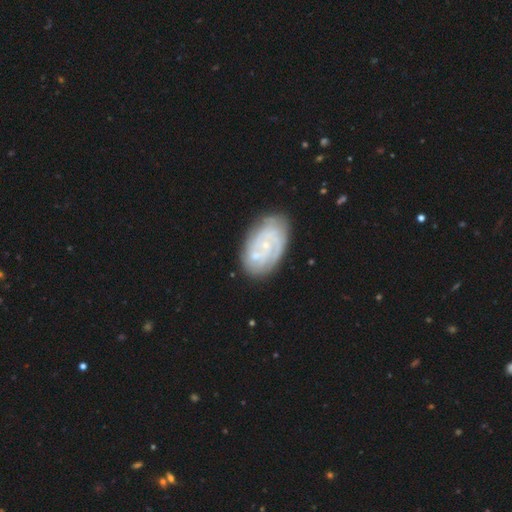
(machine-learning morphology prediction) Smooth or featured? featured or disk (77%)
Edge-on disk? no (97%)
Bar? no (75%)
Spiral arms? yes (88%)
Spiral winding? tight (63%)
Spiral arm count? can't tell (36%)
Bulge size? small (75%)
Merging? none (64%)